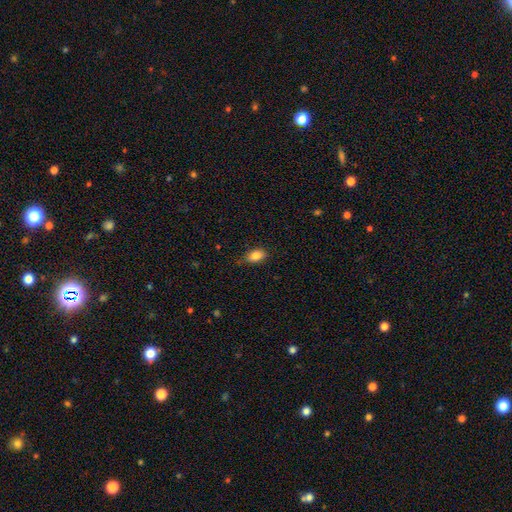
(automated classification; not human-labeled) This is clearly a smooth galaxy (85%). How rounded: clearly in between (86%). Merging: likely none (78%).